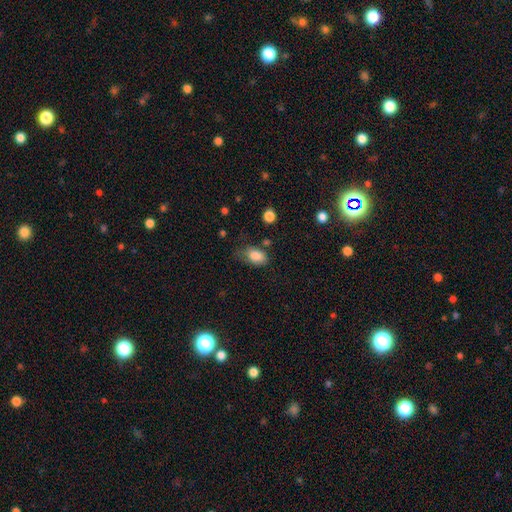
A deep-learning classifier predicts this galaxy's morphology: Q: Smooth or featured?
A: smooth (85%); runner-up: star or artifact (8%)
Q: How rounded?
A: in between (89%); runner-up: round (9%)
Q: Merging?
A: none (48%); runner-up: minor disturbance (34%)